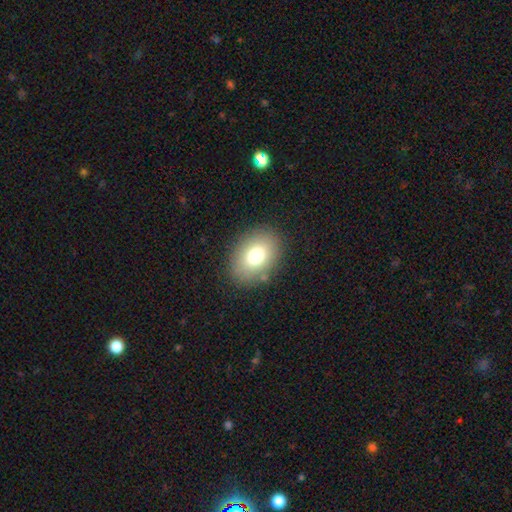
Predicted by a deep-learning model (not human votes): This is likely a smooth galaxy (77%). How rounded: likely in between (75%). Merging: clearly none (85%).